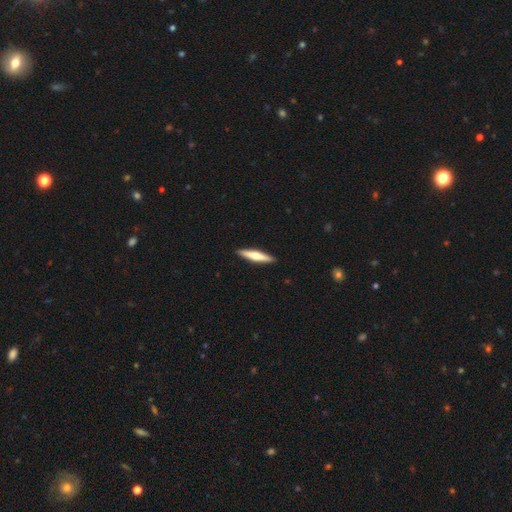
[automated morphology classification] This is possibly a smooth galaxy (48%). Merging: clearly none (92%).